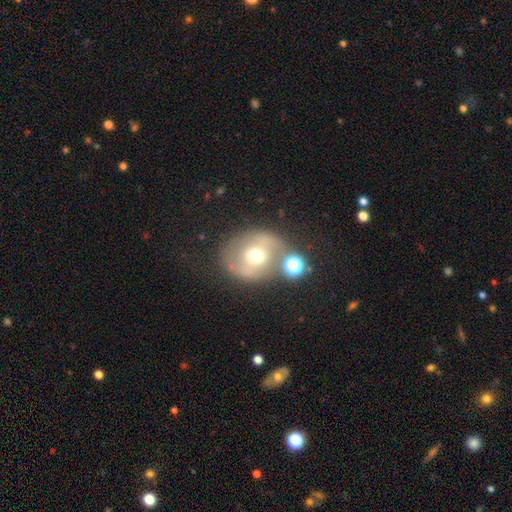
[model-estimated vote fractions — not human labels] Smooth or featured? Predicted: featured or disk (p=0.48). Merging? Predicted: none (p=0.66).